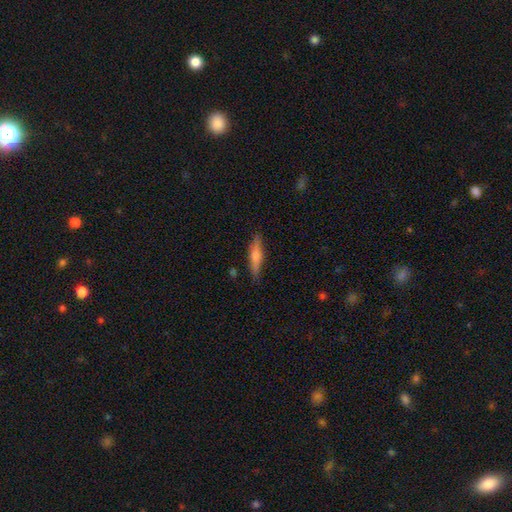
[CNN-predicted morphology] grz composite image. It shows a featured or disk galaxy (47%). Merging: none (86%).